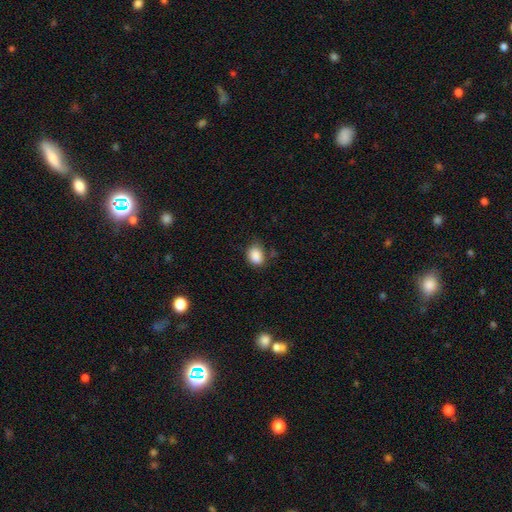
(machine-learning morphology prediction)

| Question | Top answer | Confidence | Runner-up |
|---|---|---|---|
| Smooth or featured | smooth | 87% | star or artifact (9%) |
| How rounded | in between | 62% | round (37%) |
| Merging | none | 69% | minor disturbance (23%) |